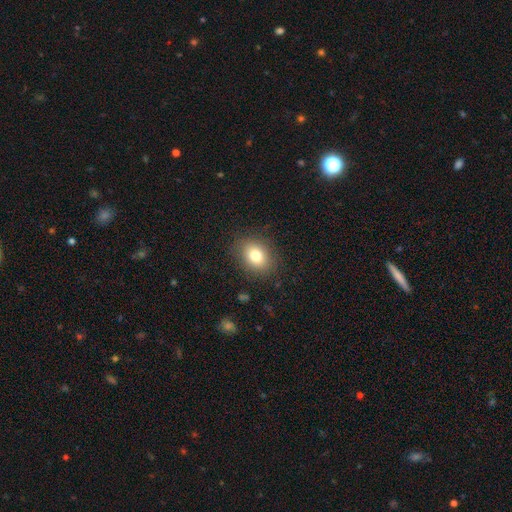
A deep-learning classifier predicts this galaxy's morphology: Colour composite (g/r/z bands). It shows a smooth galaxy with no disk features (80%) that is in between round and cigar-shaped (62%). Merging: none (85%).